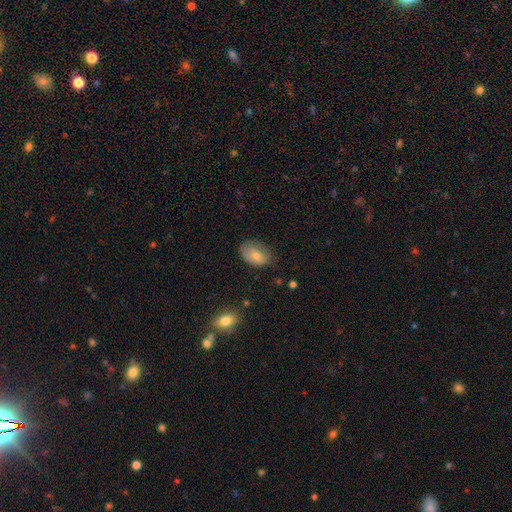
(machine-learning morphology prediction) A smooth galaxy with no disk features (72%) that is in between round and cigar-shaped (86%).

Vote fractions:
- Smooth or featured? smooth: 72% / featured or disk: 21% / star or artifact: 8%
- How rounded? in between: 86% / round: 13% / cigar-shaped: 1%
- Merging? none: 63% / minor disturbance: 27% / major disturbance: 8% / merger: 1%